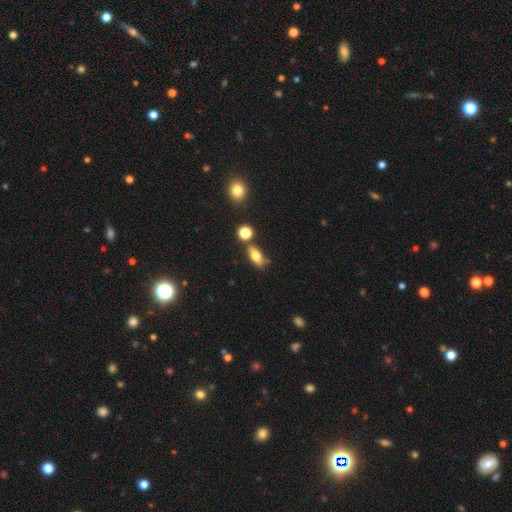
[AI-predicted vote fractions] Smooth or featured? smooth (69%)
How rounded? in between (76%)
Merging? none (70%)